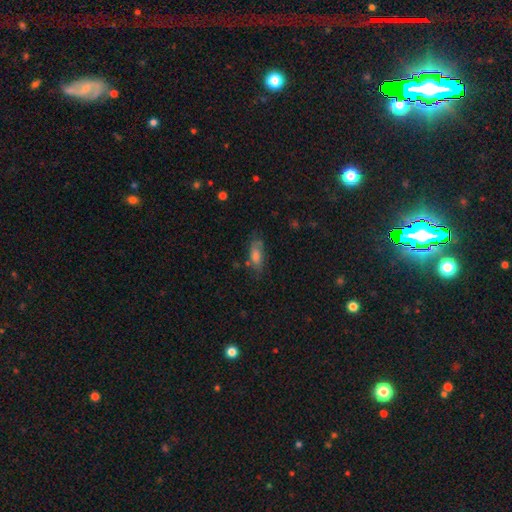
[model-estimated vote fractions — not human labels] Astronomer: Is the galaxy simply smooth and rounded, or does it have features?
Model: smooth — 61%.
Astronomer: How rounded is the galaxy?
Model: in between — 72%.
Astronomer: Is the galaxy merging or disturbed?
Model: none — 66%.